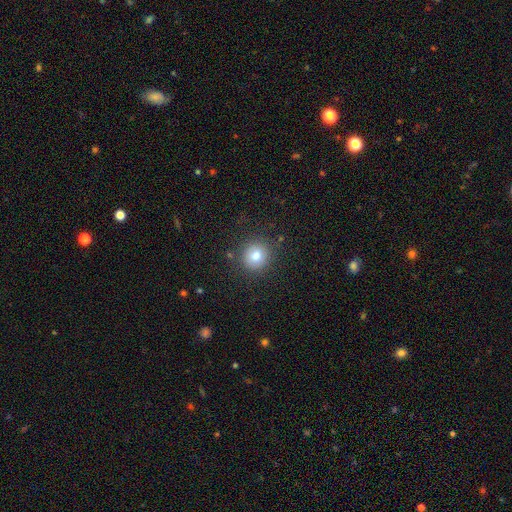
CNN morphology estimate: Smooth or featured?
  - smooth: 80% *
  - star or artifact: 11%
  - featured or disk: 9%
How rounded?
  - round: 89% *
  - in between: 10%
  - cigar-shaped: 1%
Merging?
  - none: 86% *
  - minor disturbance: 9%
  - major disturbance: 3%
  - merger: 2%